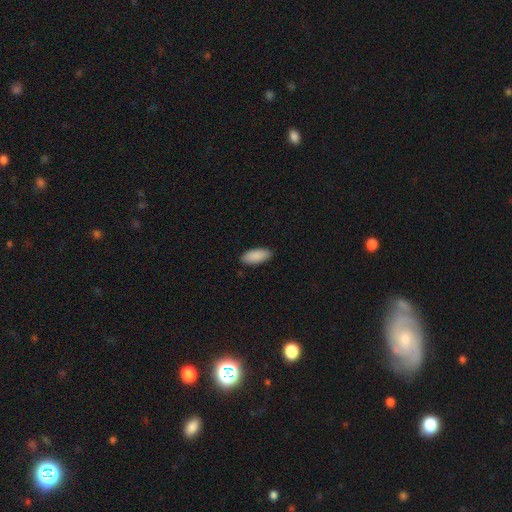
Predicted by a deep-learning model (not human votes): This is clearly a smooth galaxy (90%). How rounded: clearly in between (88%). Merging: clearly none (88%).